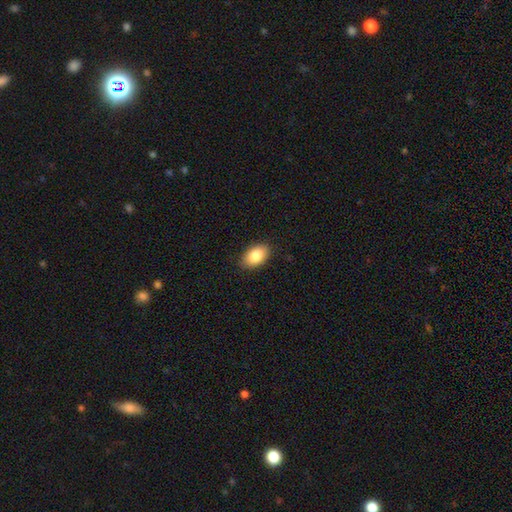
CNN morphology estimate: This appears to be a smooth galaxy with no disk features (86%) that is in between round and cigar-shaped (92%). Merging: none (89%).